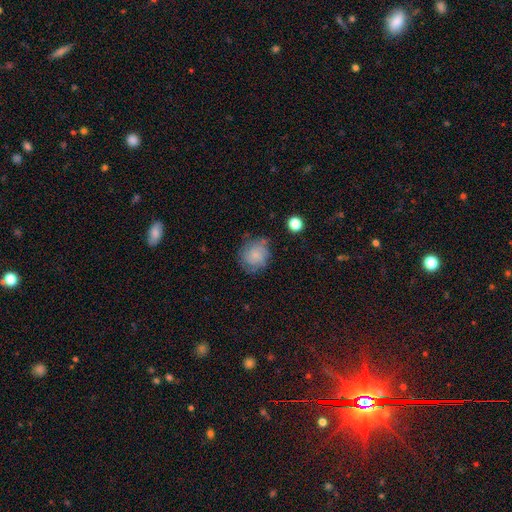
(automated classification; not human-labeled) The model was most divided on "smooth or featured": smooth: 57%, featured or disk: 33%, star or artifact: 10%. More confident: how rounded — round (80%); merging — none (71%).